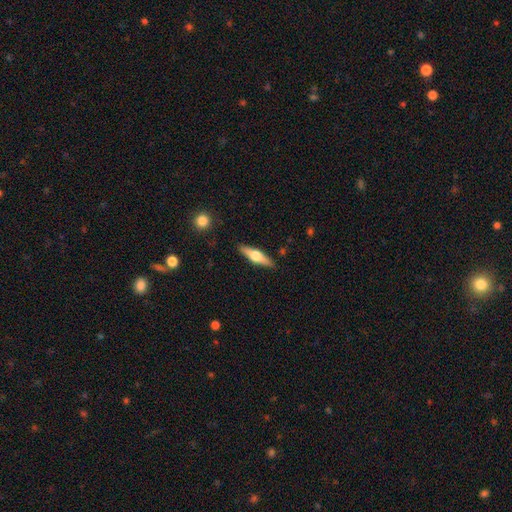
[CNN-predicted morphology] smooth_or_featured: featured or disk (p=0.59) [alt: smooth p=0.35]
disk_edge_on: yes (p=0.95) [alt: no p=0.05]
edge_on_bulge: rounded (p=0.94) [alt: boxy p=0.04]
merging: none (p=0.89) [alt: minor disturbance p=0.08]